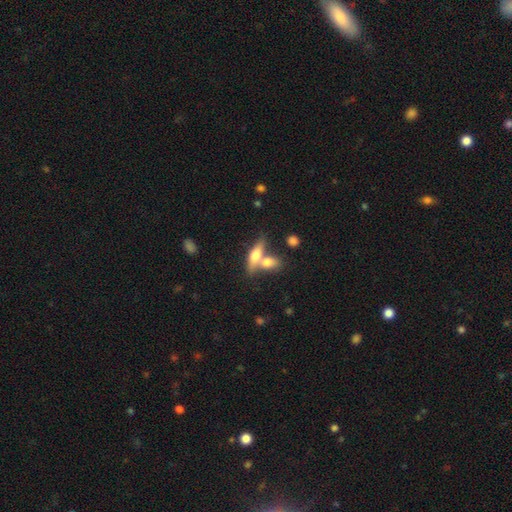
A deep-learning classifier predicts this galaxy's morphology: Smooth or featured?
  - smooth: 57% *
  - featured or disk: 36%
  - star or artifact: 7%
How rounded?
  - in between: 50% *
  - cigar-shaped: 45%
  - round: 5%
Merging?
  - merger: 47% *
  - none: 40%
  - minor disturbance: 9%
  - major disturbance: 4%